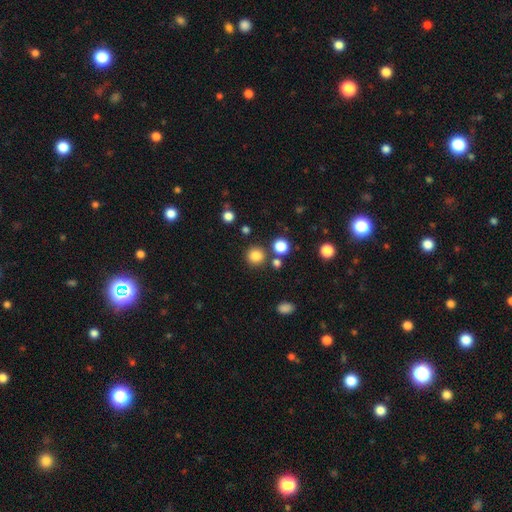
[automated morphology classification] smooth 82%, star or artifact 13%, featured or disk 5%. Down the decision tree: how rounded — round (92%); merging — none (83%).